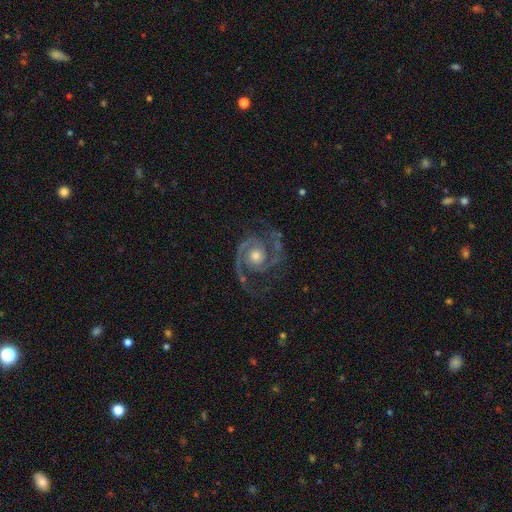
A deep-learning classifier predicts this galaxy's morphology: featured or disk 93%, star or artifact 4%, smooth 3%. Down the decision tree: edge-on disk — no (98%); bar — no (73%); spiral arms — yes (99%); spiral arm count — 2 (92%); spiral winding — medium (53%); bulge size — moderate (65%); merging — none (77%).